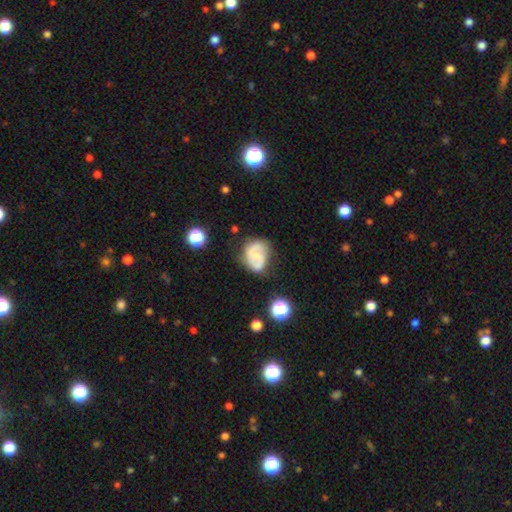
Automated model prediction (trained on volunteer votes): A featured or disk galaxy (53%) with no bar (51%), spiral arms (72%) and a small central bulge (52%).

Vote fractions:
- Smooth or featured? featured or disk: 53% / smooth: 38% / star or artifact: 9%
- Edge-on disk? no: 97% / yes: 3%
- Bar? no: 51% / weak: 37% / strong: 12%
- Spiral arms? yes: 72% / no: 28%
- Bulge size? small: 52% / moderate: 24% / none: 21% / large: 2% / dominant: 1%
- Merging? none: 54% / minor disturbance: 29% / major disturbance: 12% / merger: 4%